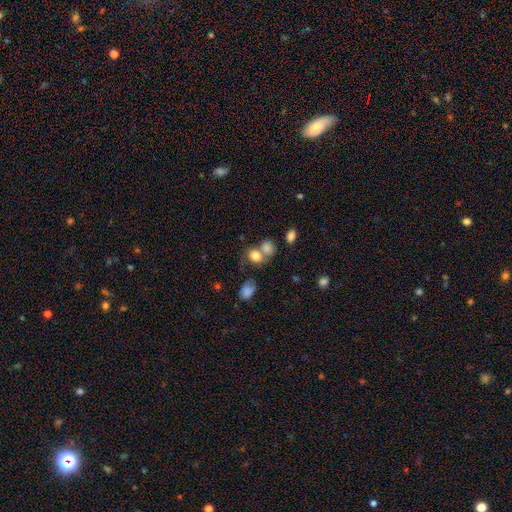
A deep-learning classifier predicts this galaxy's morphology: This is likely a smooth galaxy (78%). How rounded: possibly round (56%). Merging: marginally merger (45%).